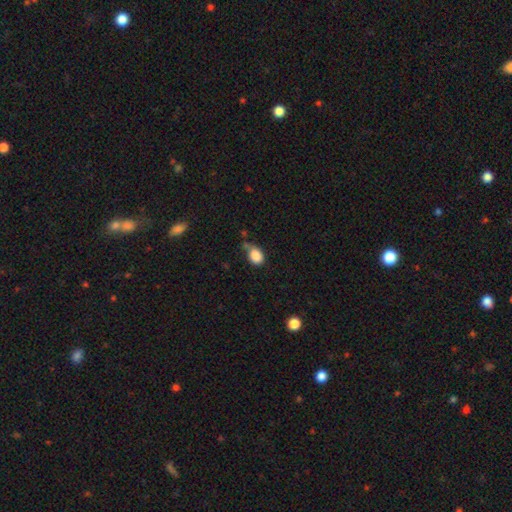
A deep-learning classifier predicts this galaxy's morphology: A smooth galaxy with no disk features (87%) that is in between round and cigar-shaped (62%).

Vote fractions:
- Smooth or featured? smooth: 87% / star or artifact: 9% / featured or disk: 4%
- How rounded? in between: 62% / round: 37% / cigar-shaped: 1%
- Merging? none: 53% / minor disturbance: 28% / merger: 11% / major disturbance: 8%